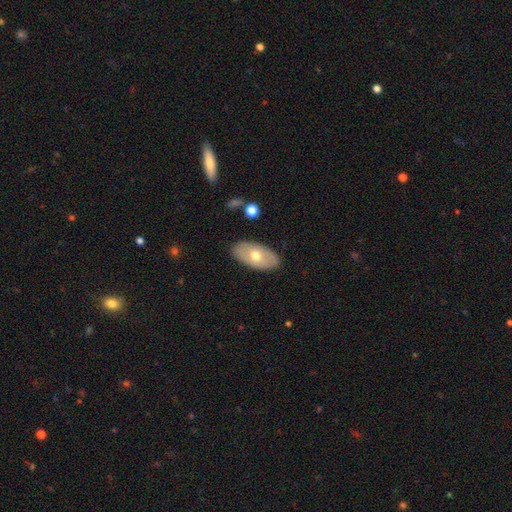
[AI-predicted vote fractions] Q: Smooth or featured?
A: smooth (54%); runner-up: featured or disk (40%)
Q: How rounded?
A: in between (93%); runner-up: round (4%)
Q: Merging?
A: none (86%); runner-up: minor disturbance (10%)